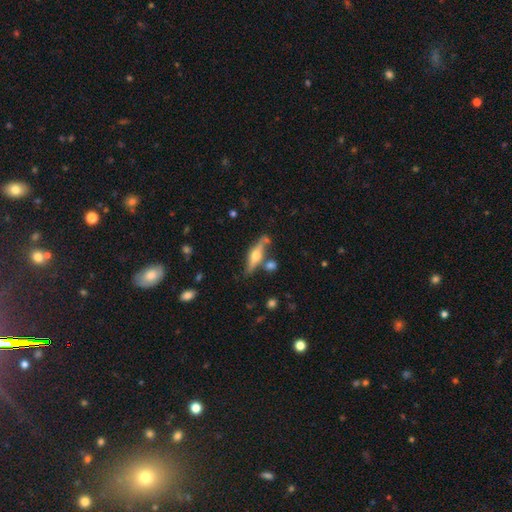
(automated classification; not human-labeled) This appears to be a featured or disk galaxy (67%) viewed edge-on (94%) with a rounded central bulge (94%). Merging: none (74%).